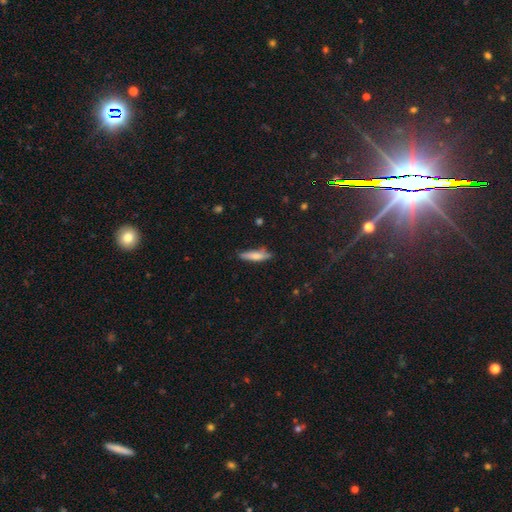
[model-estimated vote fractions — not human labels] Morphology: type=smooth (71%); roundness=cigar-shaped (75%); merging=none (74%).